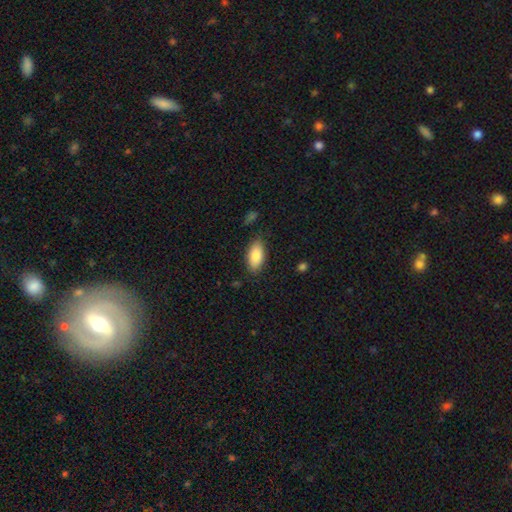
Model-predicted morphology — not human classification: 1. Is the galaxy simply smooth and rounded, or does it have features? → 85% smooth, 8% featured or disk, 6% star or artifact.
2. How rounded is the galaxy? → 90% in between, 7% cigar-shaped, 3% round.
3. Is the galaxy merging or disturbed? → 82% none, 13% minor disturbance, 3% major disturbance, 2% merger.